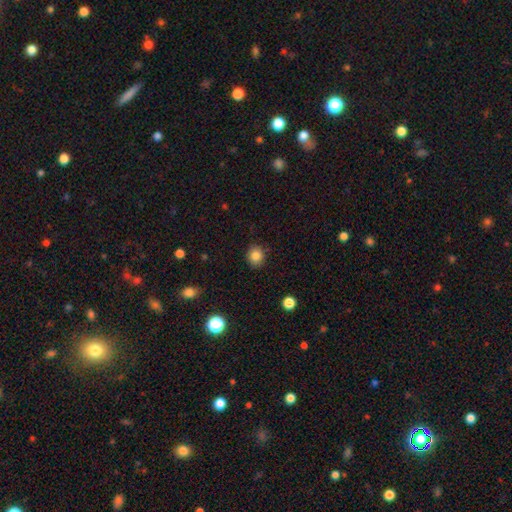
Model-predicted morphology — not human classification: A smooth galaxy with no disk features (84%) that is round (77%).

Vote fractions:
- Smooth or featured? smooth: 84% / star or artifact: 11% / featured or disk: 5%
- How rounded? round: 77% / in between: 23% / cigar-shaped: 1%
- Merging? none: 88% / minor disturbance: 9% / major disturbance: 2% / merger: 1%